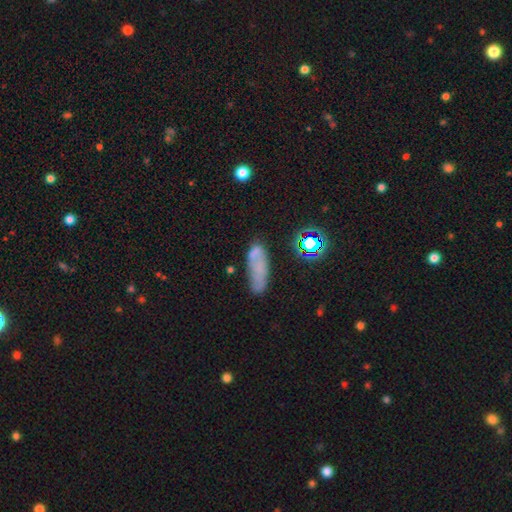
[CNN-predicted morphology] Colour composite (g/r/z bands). It shows a smooth galaxy with no disk features (61%) that is in between round and cigar-shaped (65%). Merging: none (51%).